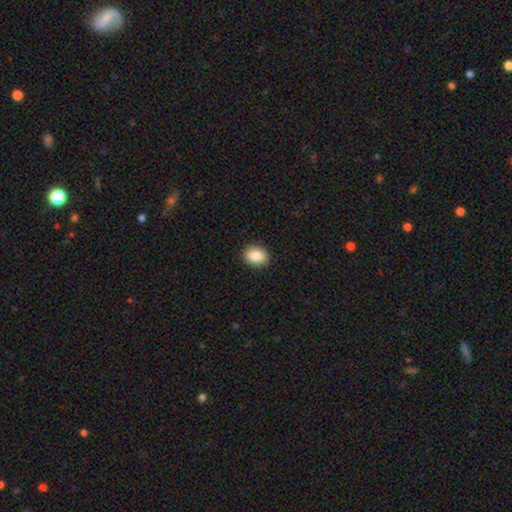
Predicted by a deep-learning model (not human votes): Smooth or featured: smooth — 87% (star or artifact — 8%)
How rounded: in between — 65% (round — 34%)
Merging: none — 90% (minor disturbance — 7%)